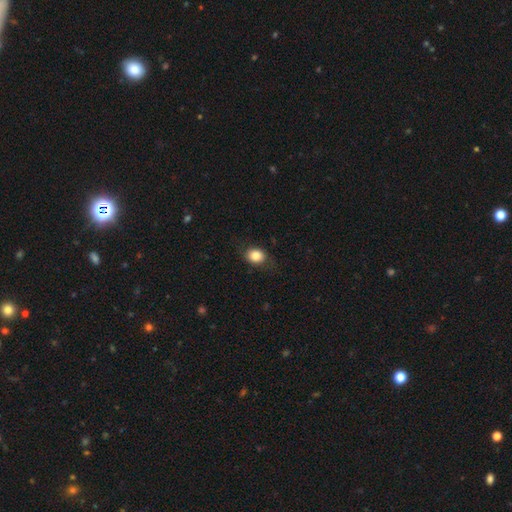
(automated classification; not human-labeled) Overall: smooth (82%). How rounded: in between (50%; round 49%). Merging: none (78%).